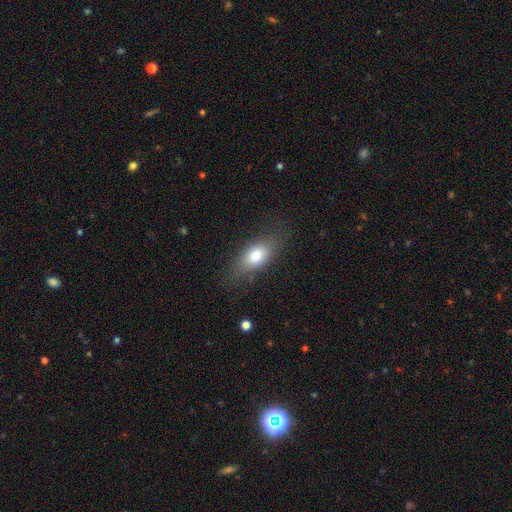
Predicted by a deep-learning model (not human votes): Q: Smooth or featured?
A: smooth (76%); runner-up: featured or disk (16%)
Q: How rounded?
A: in between (81%); runner-up: cigar-shaped (11%)
Q: Merging?
A: none (75%); runner-up: minor disturbance (17%)